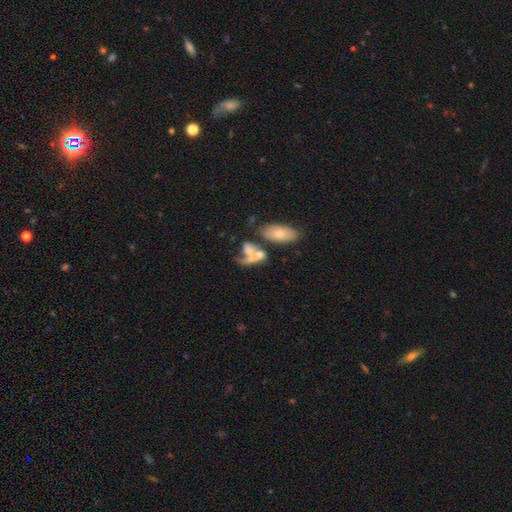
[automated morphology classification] Overall: smooth (54%; featured or disk 36%). How rounded: in between (72%). Merging: merger (52%; none 21%).